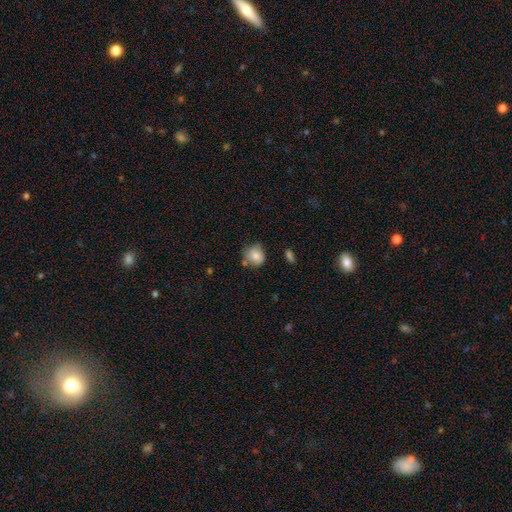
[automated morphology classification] This appears to be a smooth galaxy with no disk features (79%) that is round (85%). Merging: none (68%).